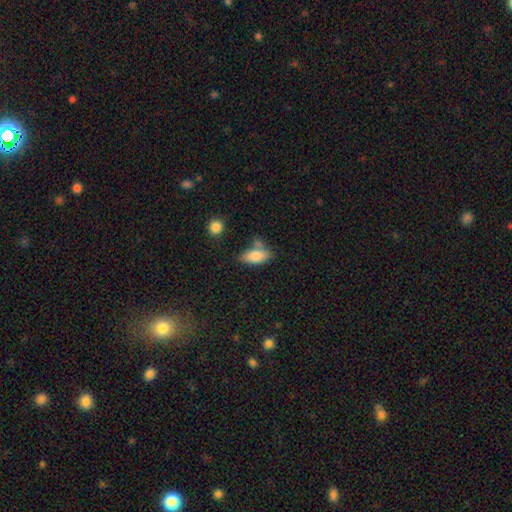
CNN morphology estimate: Q: Smooth or featured?
A: smooth (79%); runner-up: featured or disk (13%)
Q: How rounded?
A: in between (86%); runner-up: cigar-shaped (10%)
Q: Merging?
A: none (55%); runner-up: minor disturbance (21%)